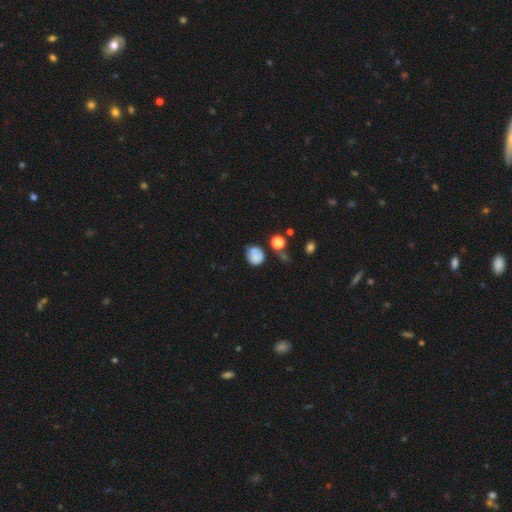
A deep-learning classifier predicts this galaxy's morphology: A smooth galaxy with no disk features (74%) that is round (74%).

Vote fractions:
- Smooth or featured? smooth: 74% / featured or disk: 14% / star or artifact: 12%
- How rounded? round: 74% / in between: 25% / cigar-shaped: 1%
- Merging? none: 52% / minor disturbance: 28% / merger: 11% / major disturbance: 10%